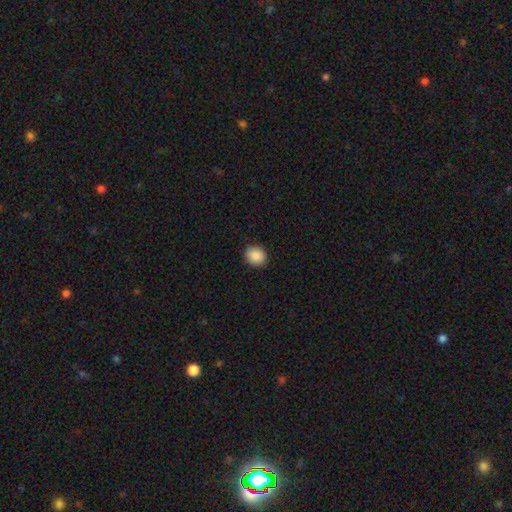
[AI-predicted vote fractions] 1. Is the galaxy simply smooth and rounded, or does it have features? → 89% smooth, 8% star or artifact, 3% featured or disk.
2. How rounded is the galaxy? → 77% round, 22% in between, 1% cigar-shaped.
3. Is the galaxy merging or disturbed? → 91% none, 6% minor disturbance, 2% major disturbance, 1% merger.